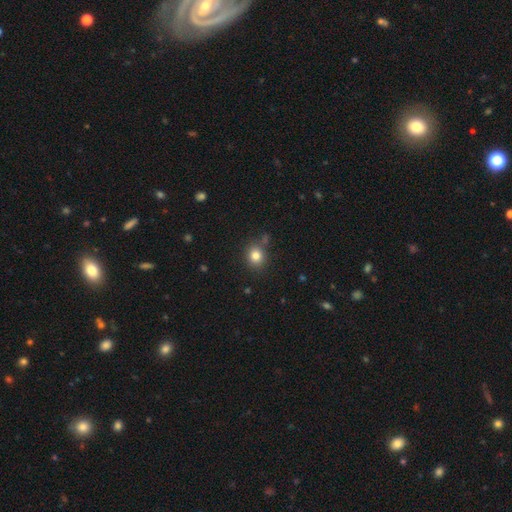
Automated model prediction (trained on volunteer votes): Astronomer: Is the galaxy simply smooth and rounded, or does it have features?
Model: smooth — 82%.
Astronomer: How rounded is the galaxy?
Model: round — 74%.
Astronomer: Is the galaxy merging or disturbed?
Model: none — 80%.